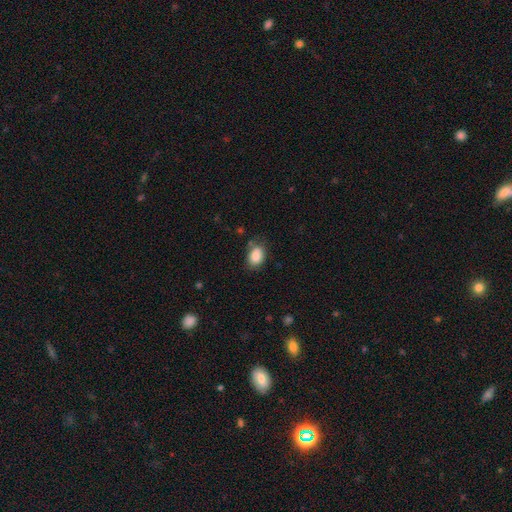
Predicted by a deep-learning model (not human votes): Q: Smooth or featured?
A: smooth (84%); runner-up: star or artifact (8%)
Q: How rounded?
A: in between (81%); runner-up: round (18%)
Q: Merging?
A: none (68%); runner-up: minor disturbance (22%)